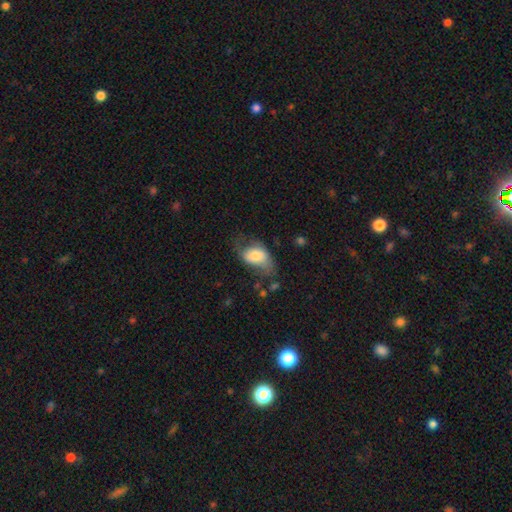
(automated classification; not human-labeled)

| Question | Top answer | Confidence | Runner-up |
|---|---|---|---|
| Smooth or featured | smooth | 62% | featured or disk (31%) |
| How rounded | in between | 86% | round (13%) |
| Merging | none | 36% | minor disturbance (31%) |